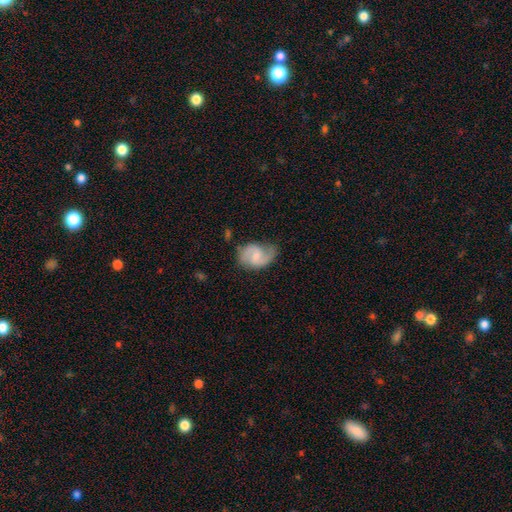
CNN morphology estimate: This is likely a featured or disk galaxy (70%). It is clearly not viewed edge-on (98%). Bar: possibly weak (51%). Spiral arm pattern: clearly yes (93%). Spiral arm count: clearly 2 (83%). Spiral winding: possibly medium (49%). Central bulge: possibly small (51%). Merging: likely none (61%).